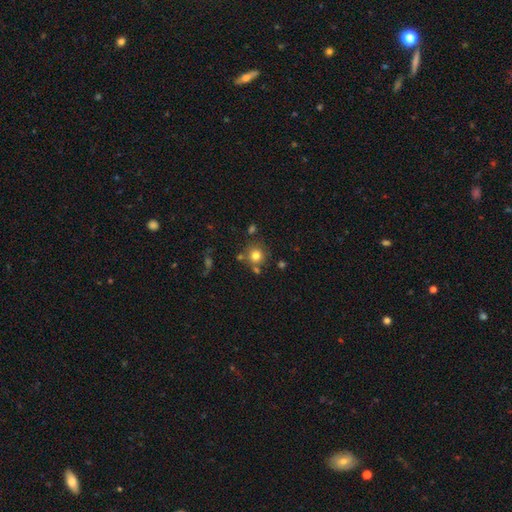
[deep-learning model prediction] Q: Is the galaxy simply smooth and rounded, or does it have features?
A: smooth — 77%.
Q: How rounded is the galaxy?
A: round — 91%.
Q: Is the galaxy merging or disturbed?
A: none — 74%.